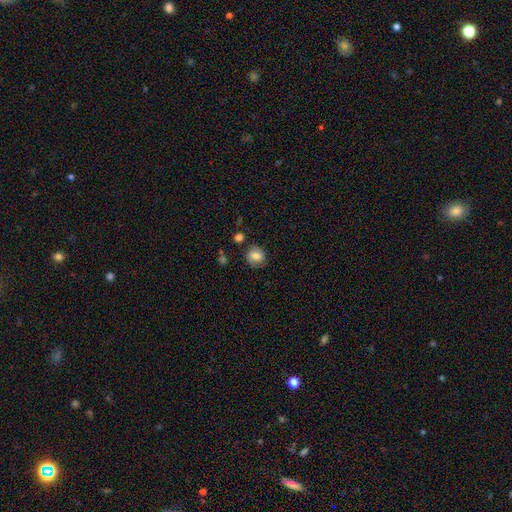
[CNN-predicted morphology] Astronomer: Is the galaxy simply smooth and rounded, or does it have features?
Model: smooth — 76%.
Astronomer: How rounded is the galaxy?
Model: round — 76%.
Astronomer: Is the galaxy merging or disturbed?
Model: none — 79%.